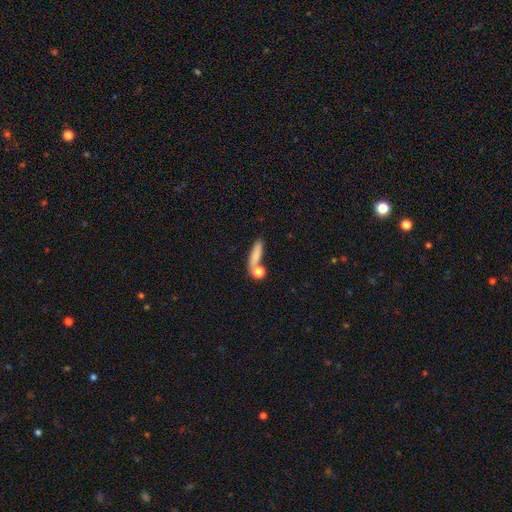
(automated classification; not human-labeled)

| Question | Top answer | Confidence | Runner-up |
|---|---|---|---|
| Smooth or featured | smooth | 78% | featured or disk (13%) |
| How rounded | cigar-shaped | 54% | in between (34%) |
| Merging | none | 59% | merger (22%) |